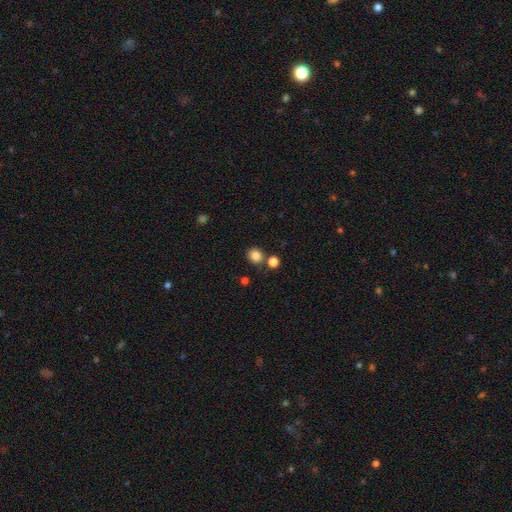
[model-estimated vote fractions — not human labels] A smooth galaxy with no disk features (83%) that is round (77%). Merging: none (75%).